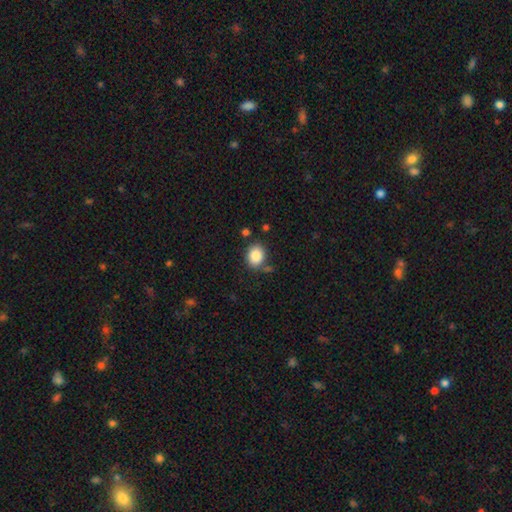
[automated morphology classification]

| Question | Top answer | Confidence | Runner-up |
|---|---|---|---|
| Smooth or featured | smooth | 86% | star or artifact (9%) |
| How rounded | round | 51% | in between (48%) |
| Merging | none | 75% | minor disturbance (14%) |